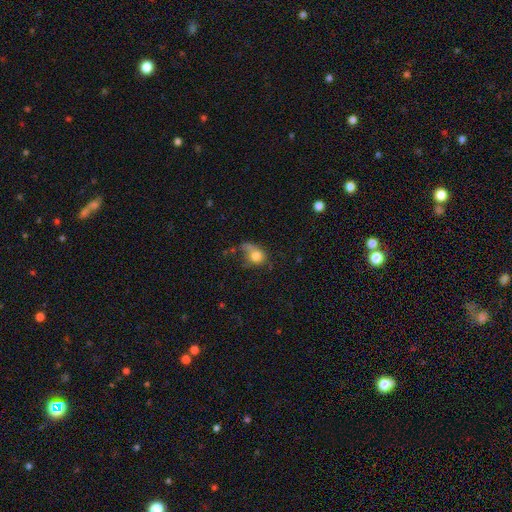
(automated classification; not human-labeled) smooth_or_featured: smooth (p=0.75) [alt: featured or disk p=0.14]
how_rounded: round (p=0.64) [alt: in between p=0.35]
merging: none (p=0.34) [alt: major disturbance p=0.26]